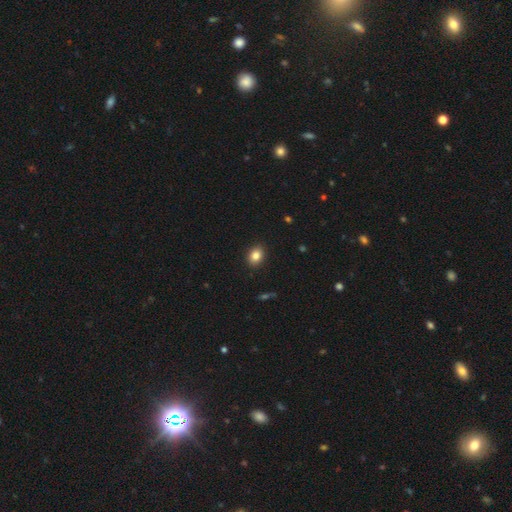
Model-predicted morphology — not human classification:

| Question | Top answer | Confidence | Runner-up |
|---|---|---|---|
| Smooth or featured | smooth | 84% | star or artifact (10%) |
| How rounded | in between | 60% | round (38%) |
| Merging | none | 90% | minor disturbance (7%) |